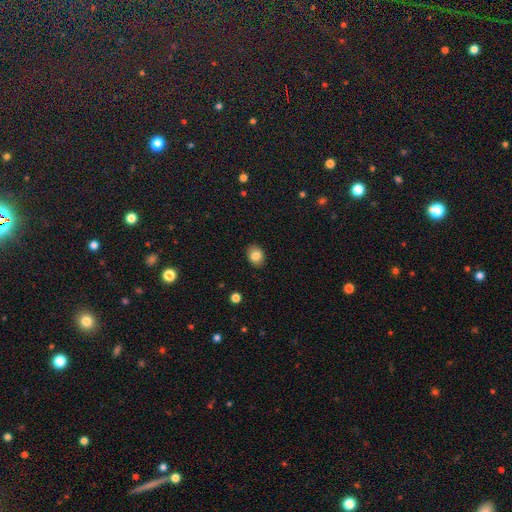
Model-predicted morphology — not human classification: Smooth or featured?
  - smooth: 83% *
  - star or artifact: 9%
  - featured or disk: 8%
How rounded?
  - in between: 52% *
  - round: 47%
  - cigar-shaped: 1%
Merging?
  - none: 89% *
  - minor disturbance: 8%
  - major disturbance: 2%
  - merger: 1%